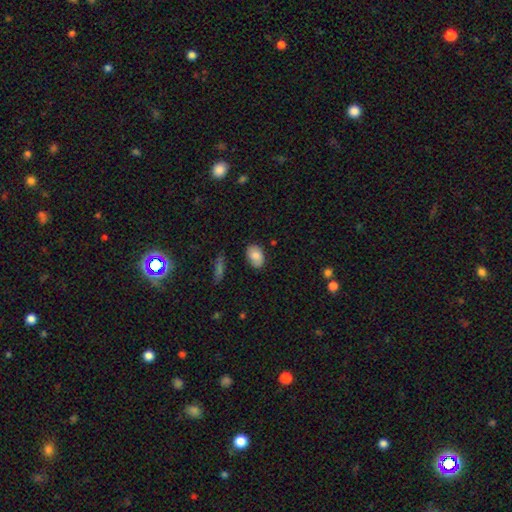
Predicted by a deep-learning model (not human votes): This is clearly a smooth galaxy (82%). How rounded: clearly in between (85%). Merging: likely none (76%).